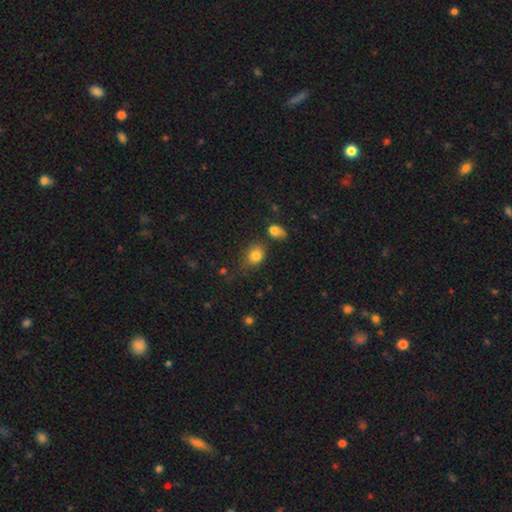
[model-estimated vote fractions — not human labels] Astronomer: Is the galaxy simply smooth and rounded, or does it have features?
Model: smooth — 82%.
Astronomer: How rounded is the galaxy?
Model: in between — 50% (runner-up: round, 49%).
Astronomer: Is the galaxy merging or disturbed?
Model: none — 63%.